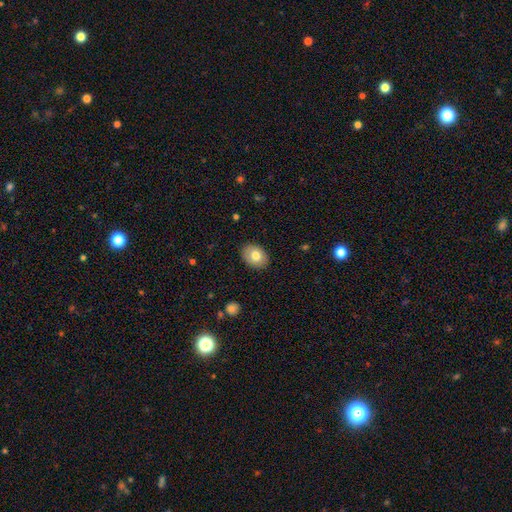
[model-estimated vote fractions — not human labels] Smooth or featured? smooth (76%)
How rounded? in between (68%)
Merging? none (88%)